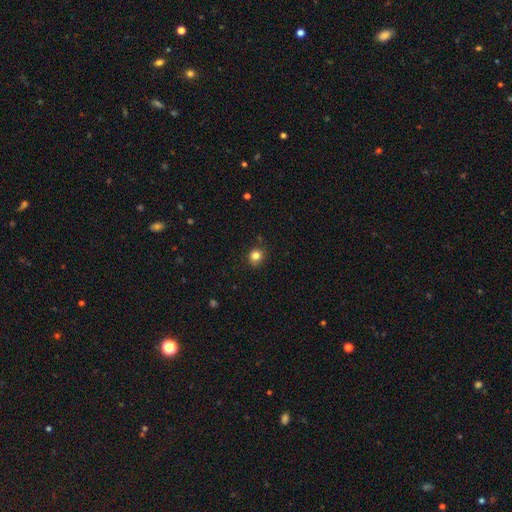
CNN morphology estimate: Smooth or featured? Predicted: smooth (p=0.83). How rounded? Predicted: round (p=0.84). Merging? Predicted: none (p=0.87).